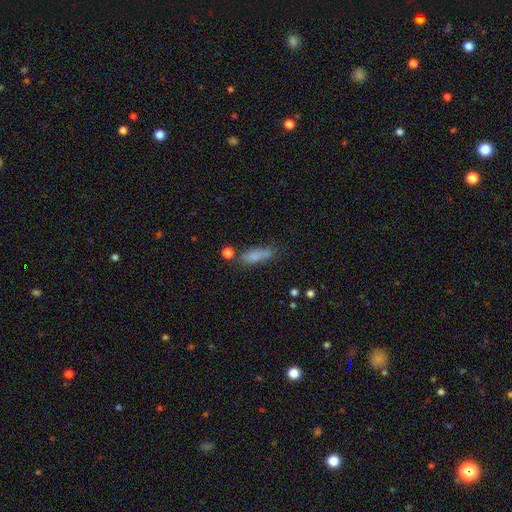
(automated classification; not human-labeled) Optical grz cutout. It shows a smooth galaxy with no disk features (79%) that is in between round and cigar-shaped (53%). Merging: none (62%).